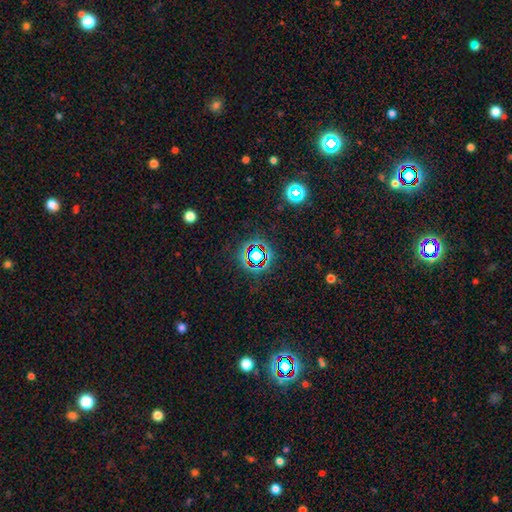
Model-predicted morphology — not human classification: A star or artifact, not a galaxy (69%).